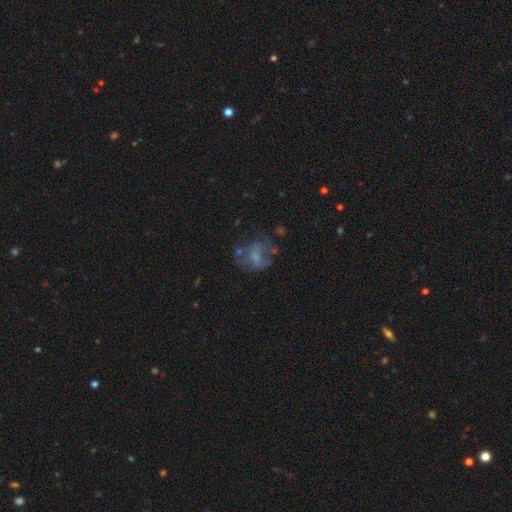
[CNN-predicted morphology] Overall: featured or disk (48%; smooth 39%). Merging: none (40%; major disturbance 32%).